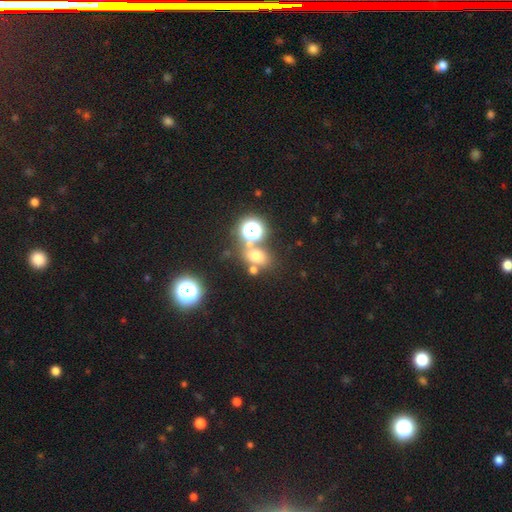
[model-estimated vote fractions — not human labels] smooth_or_featured: smooth (p=0.63) [alt: star or artifact p=0.28]
how_rounded: round (p=0.53) [alt: in between p=0.45]
merging: none (p=0.64) [alt: merger p=0.21]